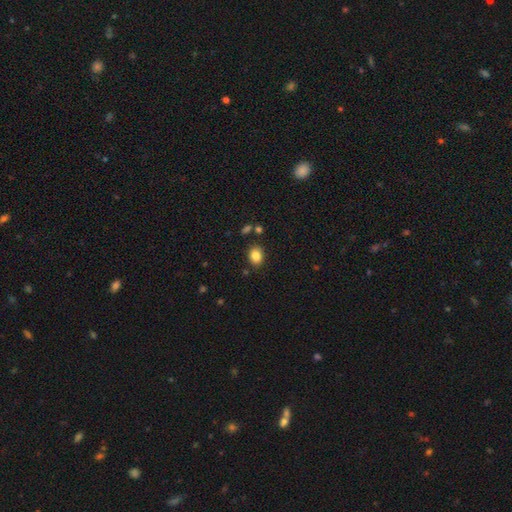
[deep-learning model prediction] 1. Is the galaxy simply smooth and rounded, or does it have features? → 85% smooth, 10% star or artifact, 6% featured or disk.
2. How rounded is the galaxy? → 58% in between, 41% round, 1% cigar-shaped.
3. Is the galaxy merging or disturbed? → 84% none, 10% minor disturbance, 4% merger, 3% major disturbance.